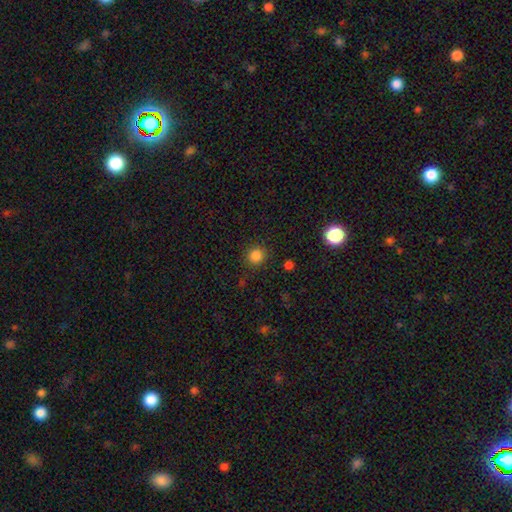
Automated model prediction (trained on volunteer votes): Smooth or featured? Predicted: smooth (p=0.84). How rounded? Predicted: round (p=0.90). Merging? Predicted: none (p=0.88).